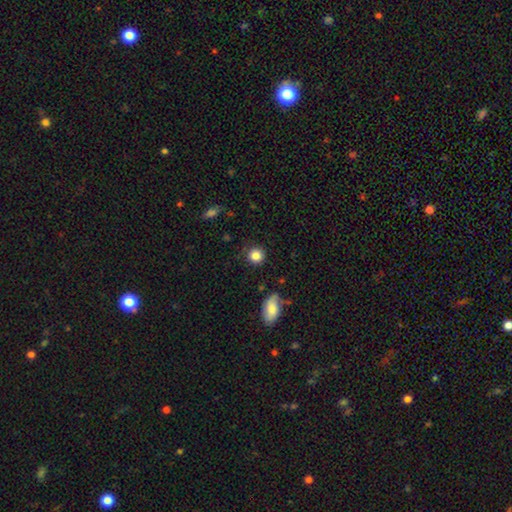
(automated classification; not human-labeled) This appears to be a smooth galaxy with no disk features (85%) that is round (91%). Merging: none (86%).